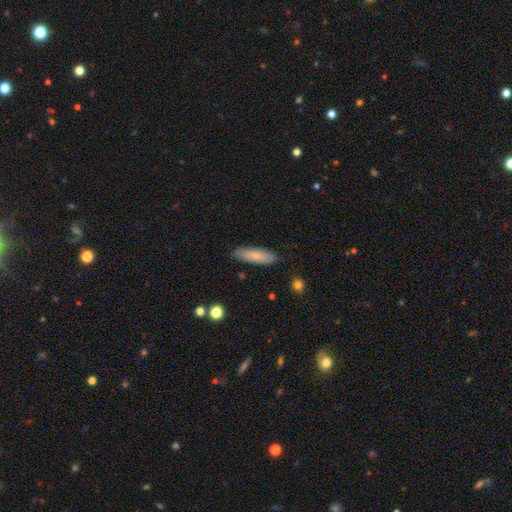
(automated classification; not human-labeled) Smooth or featured? Predicted: smooth (p=0.75). How rounded? Predicted: cigar-shaped (p=0.59). Merging? Predicted: none (p=0.84).